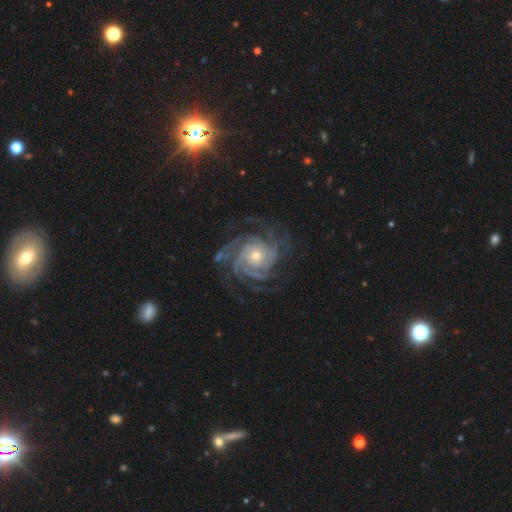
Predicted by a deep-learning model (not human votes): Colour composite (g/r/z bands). It shows a featured or disk galaxy (92%) with no bar (76%), 4 (30%) tight (72%) spiral arms (98%) and a moderate central bulge (47%, tied with small). Merging: none (74%).